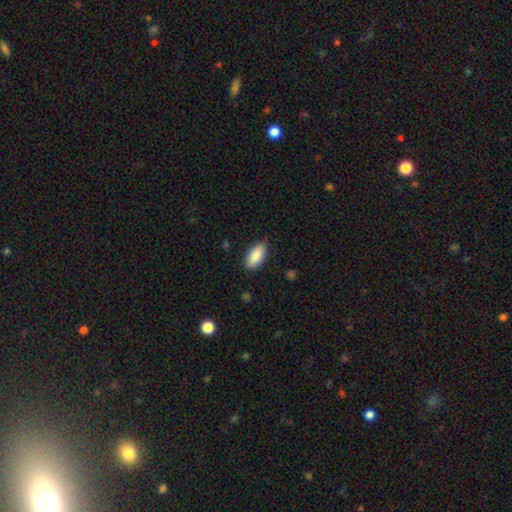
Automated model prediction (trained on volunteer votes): Smooth or featured?
  - smooth: 88% *
  - star or artifact: 6%
  - featured or disk: 5%
How rounded?
  - in between: 92% *
  - cigar-shaped: 6%
  - round: 2%
Merging?
  - none: 83% *
  - minor disturbance: 13%
  - major disturbance: 3%
  - merger: 1%